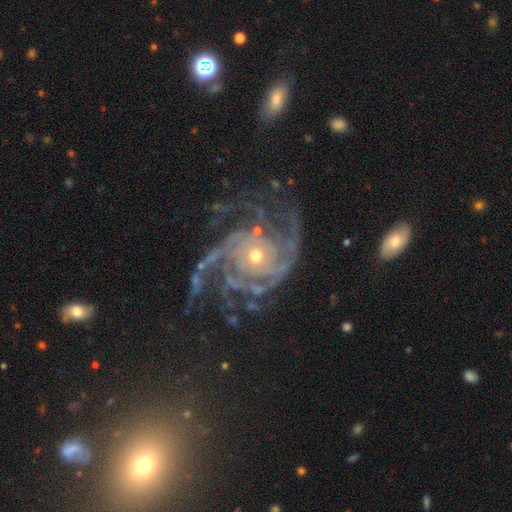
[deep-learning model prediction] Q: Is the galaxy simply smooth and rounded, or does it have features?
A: featured or disk — 90%.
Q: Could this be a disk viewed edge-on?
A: no — 98%.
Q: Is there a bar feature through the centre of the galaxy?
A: no — 78%.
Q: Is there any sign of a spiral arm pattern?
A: yes — 98%.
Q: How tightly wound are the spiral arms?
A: tight — 55%.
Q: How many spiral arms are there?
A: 4 — 23%.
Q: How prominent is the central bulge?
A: small — 56%.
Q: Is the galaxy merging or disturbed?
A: none — 60%.